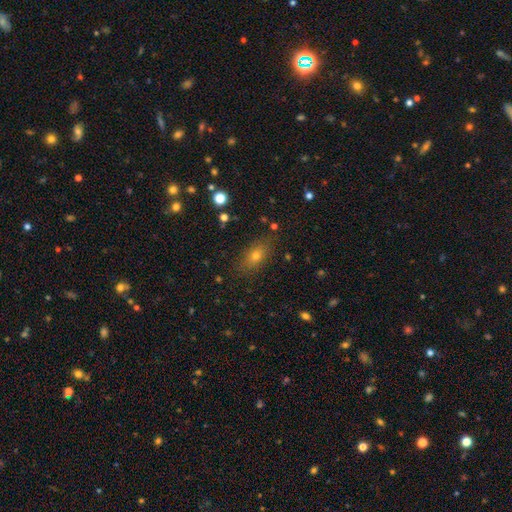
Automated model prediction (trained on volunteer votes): The model was most divided on "smooth or featured": smooth: 68%, star or artifact: 17%, featured or disk: 15%. More confident: merging — none (83%); how rounded — in between (74%).